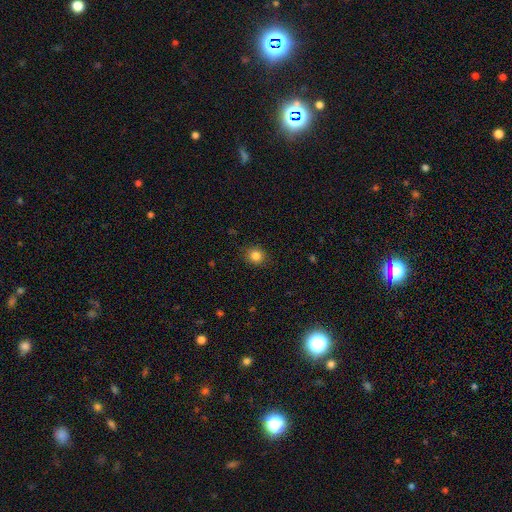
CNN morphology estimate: type=smooth (83%); roundness=round (81%); merging=none (88%).